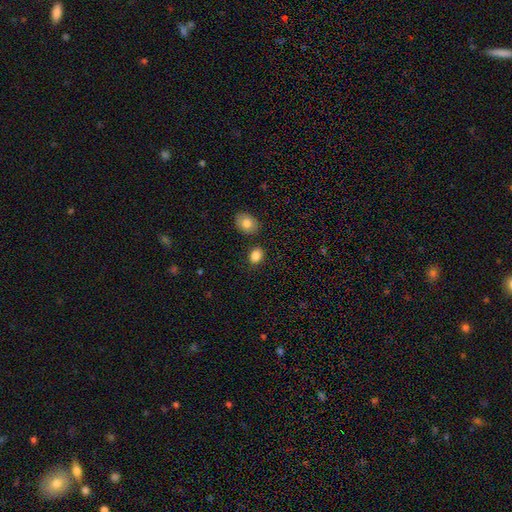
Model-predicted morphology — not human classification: smooth_or_featured: smooth (p=0.86) [alt: star or artifact p=0.09]
how_rounded: in between (p=0.63) [alt: round p=0.36]
merging: none (p=0.80) [alt: minor disturbance p=0.10]